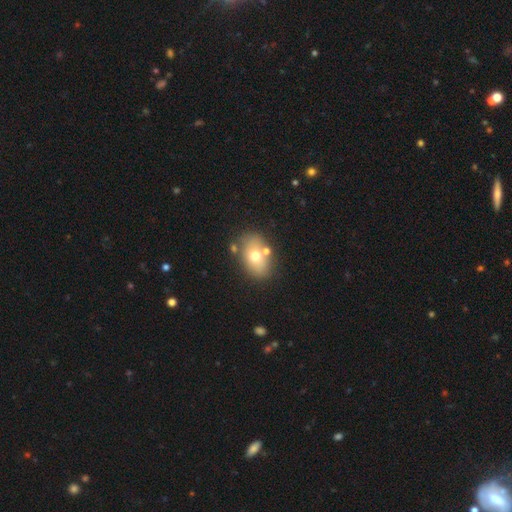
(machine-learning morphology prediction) smooth-or-featured: smooth: 68% | featured or disk: 23% | star or artifact: 10%
  how-rounded: in between: 78% | round: 21% | cigar-shaped: 1%
  merging: none: 71% | minor disturbance: 13% | merger: 12% | major disturbance: 4%